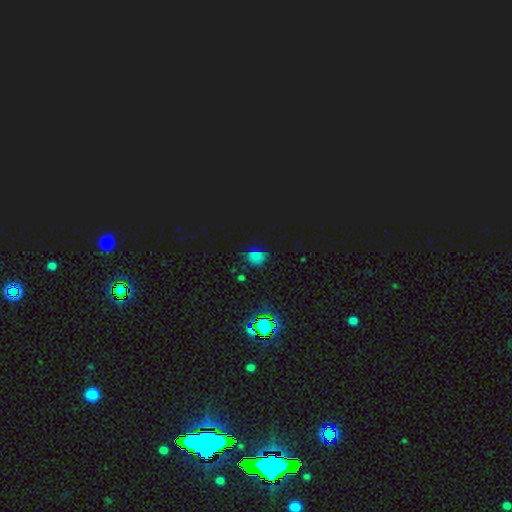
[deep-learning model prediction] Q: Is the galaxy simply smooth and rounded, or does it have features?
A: star or artifact — 50%.